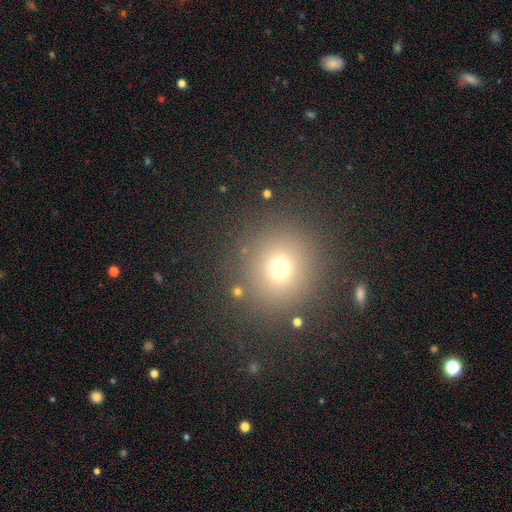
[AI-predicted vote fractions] The model was most divided on "smooth or featured": smooth: 65%, star or artifact: 27%, featured or disk: 8%. More confident: how rounded — round (93%); merging — none (89%).